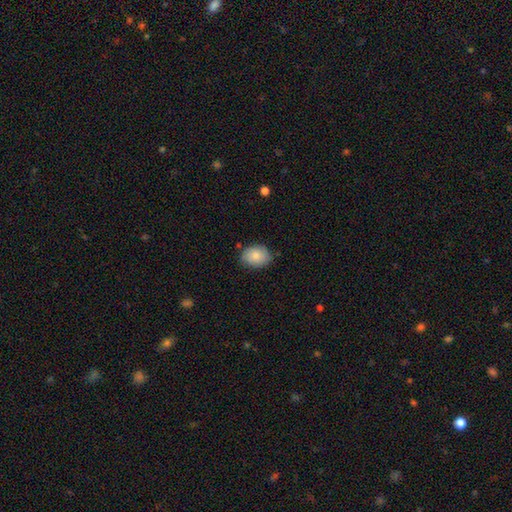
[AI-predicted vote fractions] smooth_or_featured: smooth (p=0.83) [alt: featured or disk p=0.10]
how_rounded: in between (p=0.63) [alt: round p=0.36]
merging: none (p=0.77) [alt: minor disturbance p=0.19]